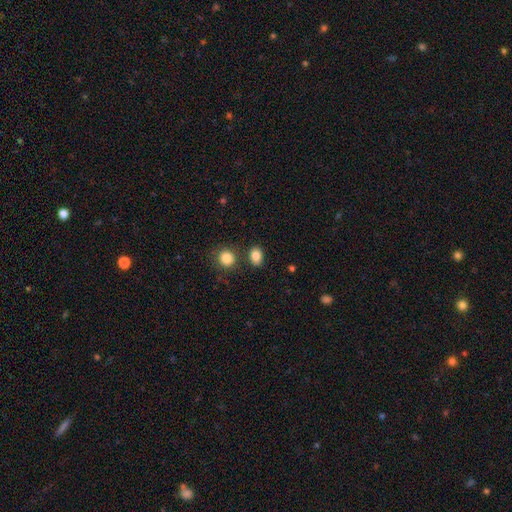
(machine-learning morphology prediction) Smooth or featured?
  - smooth: 85% *
  - star or artifact: 10%
  - featured or disk: 5%
How rounded?
  - in between: 70% *
  - round: 28%
  - cigar-shaped: 1%
Merging?
  - none: 78% *
  - minor disturbance: 10%
  - merger: 9%
  - major disturbance: 3%